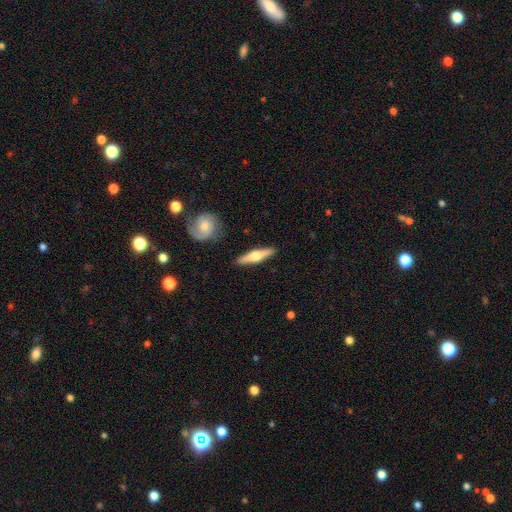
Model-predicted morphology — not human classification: Smooth or featured: featured or disk — 61% (smooth — 34%)
Edge-on disk: yes — 96% (no — 4%)
Edge-on bulge: rounded — 92% (boxy — 5%)
Merging: none — 89% (minor disturbance — 7%)